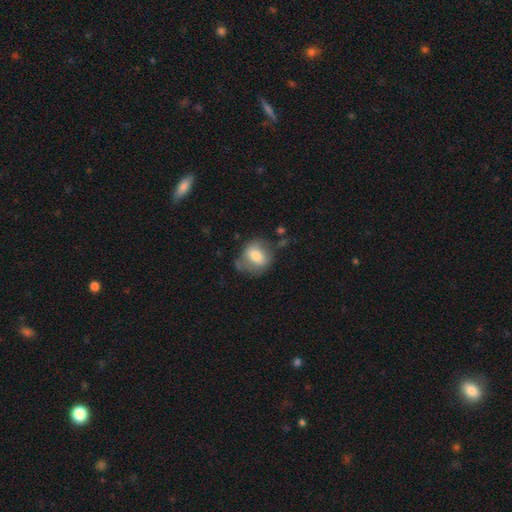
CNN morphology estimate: This is likely a smooth galaxy (66%). How rounded: possibly round (54%). Merging: possibly none (53%).